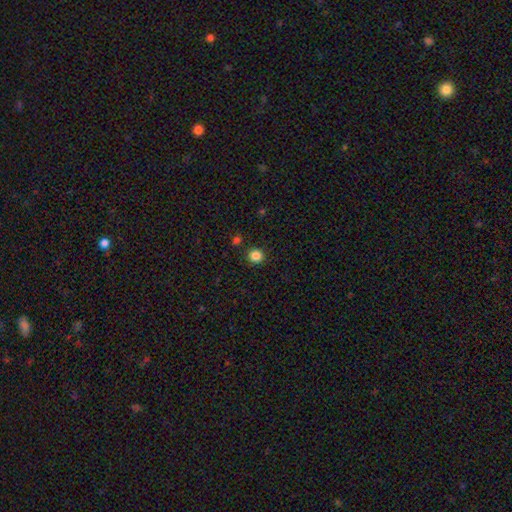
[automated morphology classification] A smooth galaxy with no disk features (84%) that is round (93%). Merging: none (90%).